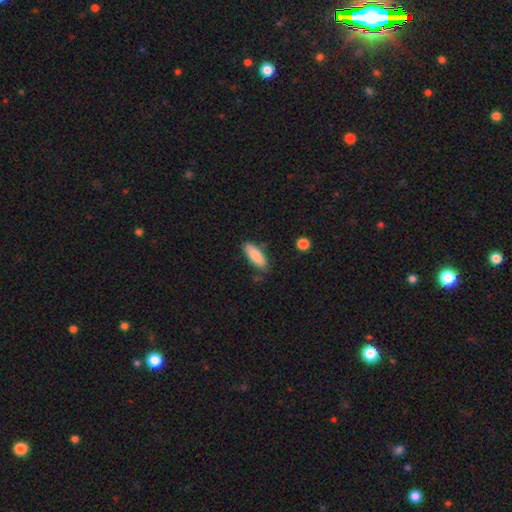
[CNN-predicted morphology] Overall: smooth (84%). How rounded: in between (67%; cigar-shaped 32%). Merging: none (75%).